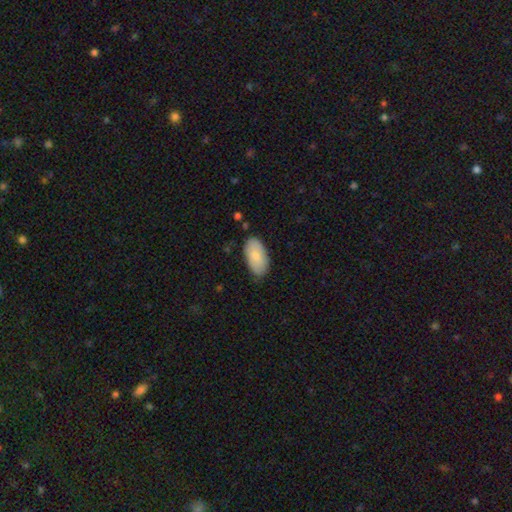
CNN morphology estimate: type=smooth (81%); roundness=in between (95%); merging=none (81%).